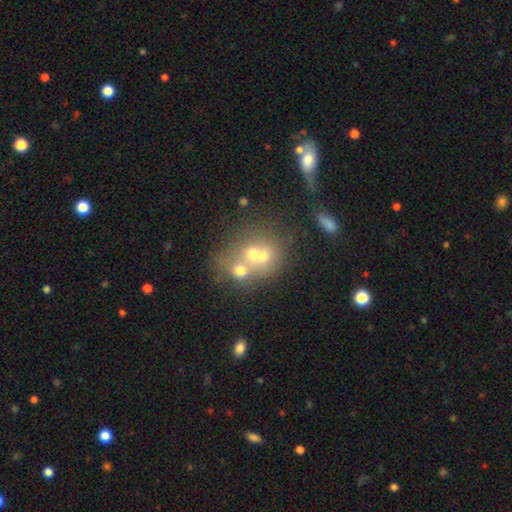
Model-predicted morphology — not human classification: smooth-or-featured: smooth: 51% | featured or disk: 32% | star or artifact: 17%
  how-rounded: round: 72% | in between: 26% | cigar-shaped: 1%
  merging: merger: 58% | none: 30% | minor disturbance: 7% | major disturbance: 5%